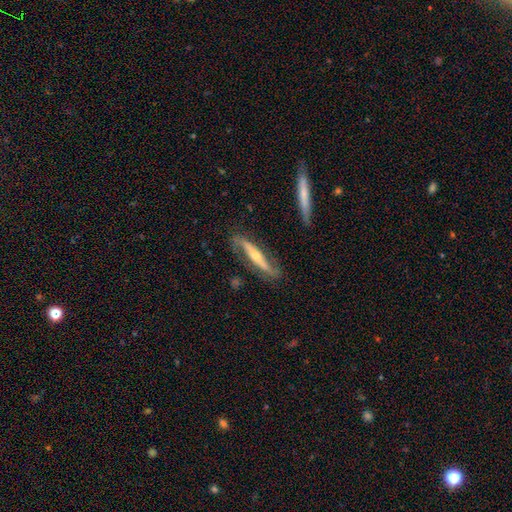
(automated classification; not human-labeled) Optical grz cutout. It shows a featured or disk galaxy (77%) viewed edge-on (52%). Merging: none (75%).